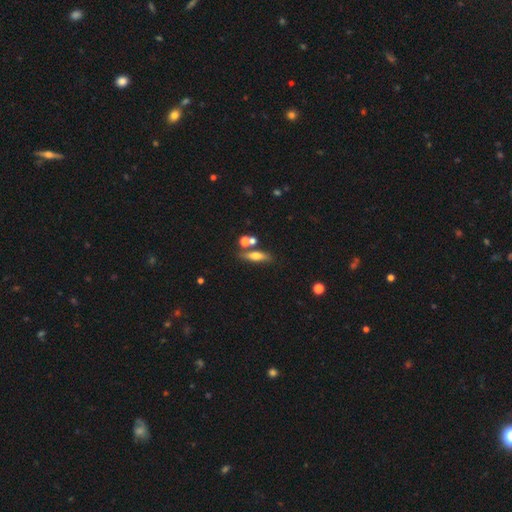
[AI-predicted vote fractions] This is possibly a smooth galaxy (60%). How rounded: possibly cigar-shaped (50%). Merging: likely none (65%).